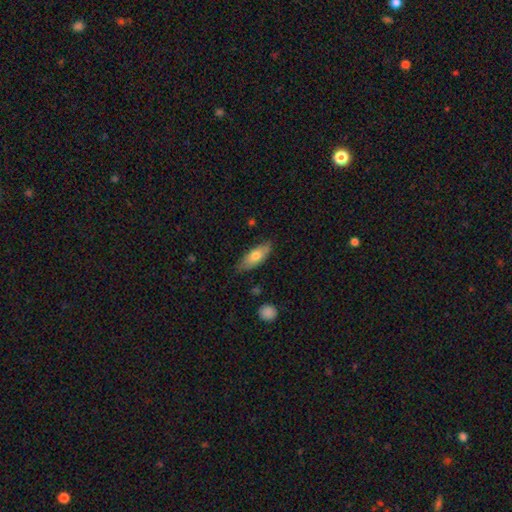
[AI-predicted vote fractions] Smooth or featured? Predicted: smooth (p=0.68). How rounded? Predicted: in between (p=0.70). Merging? Predicted: none (p=0.78).